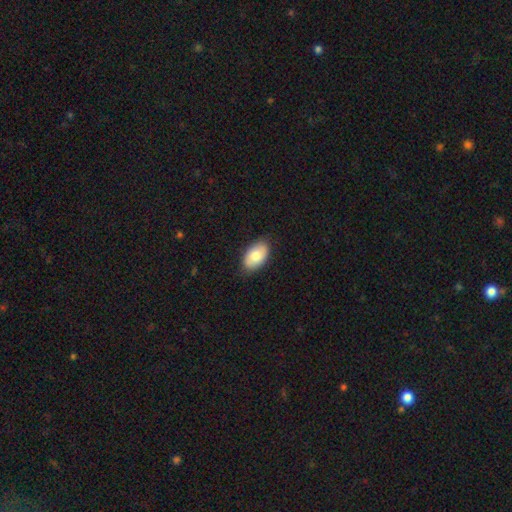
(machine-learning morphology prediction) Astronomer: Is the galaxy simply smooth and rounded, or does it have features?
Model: smooth — 80%.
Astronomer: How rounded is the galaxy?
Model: in between — 94%.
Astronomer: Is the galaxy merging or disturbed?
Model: none — 85%.